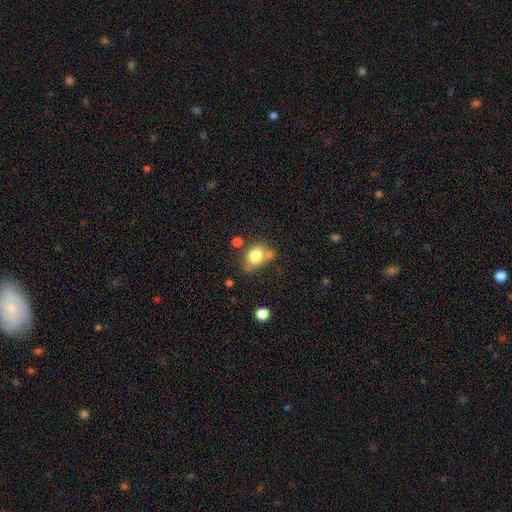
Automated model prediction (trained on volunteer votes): A smooth galaxy with no disk features (79%) that is in between round and cigar-shaped (50%). Merging: none (56%).